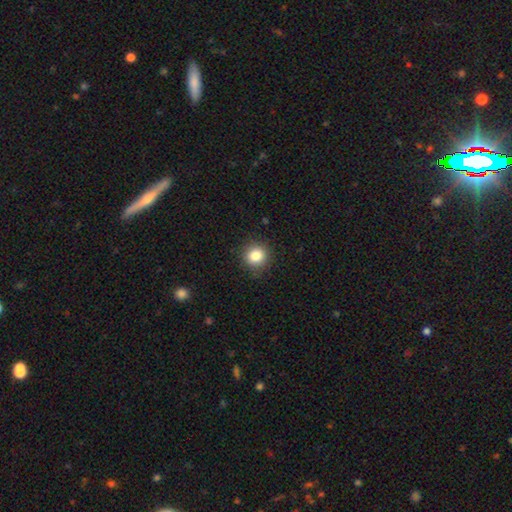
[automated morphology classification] type=smooth (84%); roundness=round (90%); merging=none (89%).